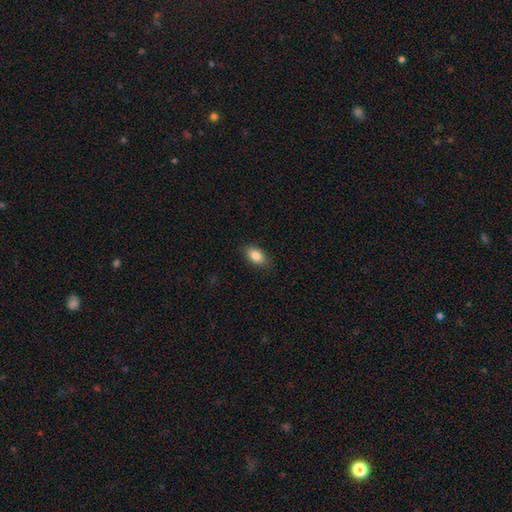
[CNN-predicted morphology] Smooth or featured? smooth (86%)
How rounded? in between (88%)
Merging? none (83%)